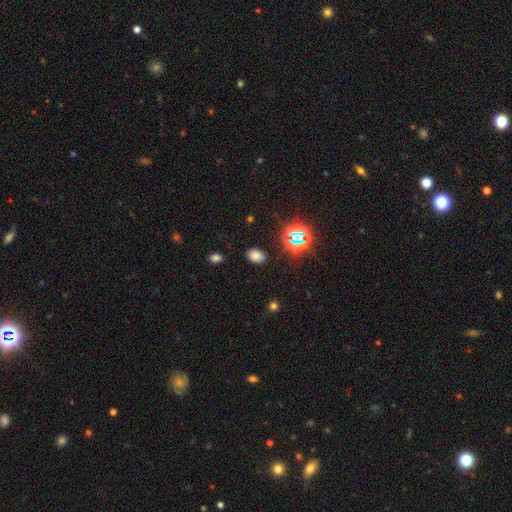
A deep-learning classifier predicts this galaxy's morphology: The model was most divided on "smooth or featured": smooth: 72%, star or artifact: 22%, featured or disk: 6%. More confident: merging — none (86%); how rounded — in between (79%).